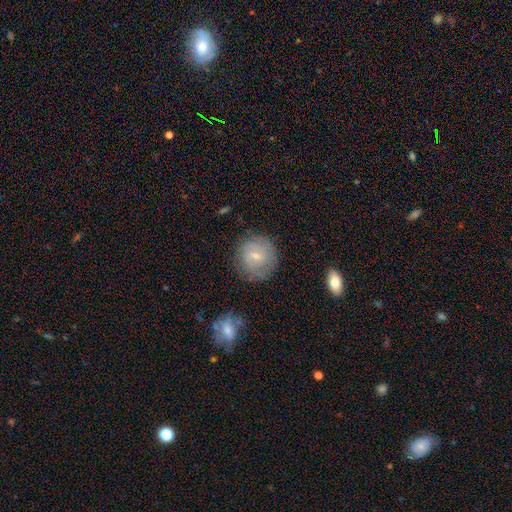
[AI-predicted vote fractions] smooth 63%, featured or disk 29%, star or artifact 8%. Down the decision tree: how rounded — round (89%); merging — none (76%).